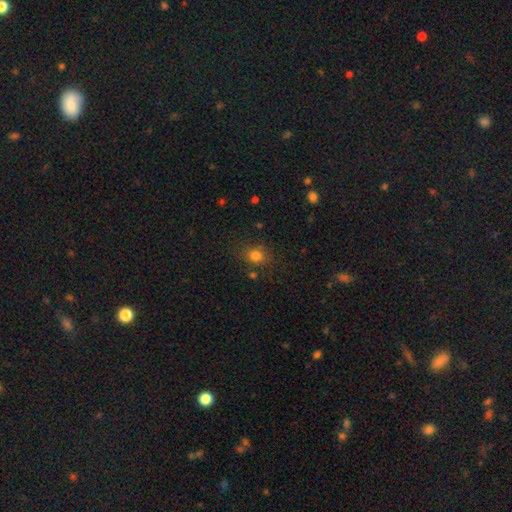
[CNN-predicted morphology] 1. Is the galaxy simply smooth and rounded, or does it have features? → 78% smooth, 14% star or artifact, 7% featured or disk.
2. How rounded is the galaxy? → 69% round, 30% in between, 1% cigar-shaped.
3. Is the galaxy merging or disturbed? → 78% none, 13% minor disturbance, 4% major disturbance, 4% merger.